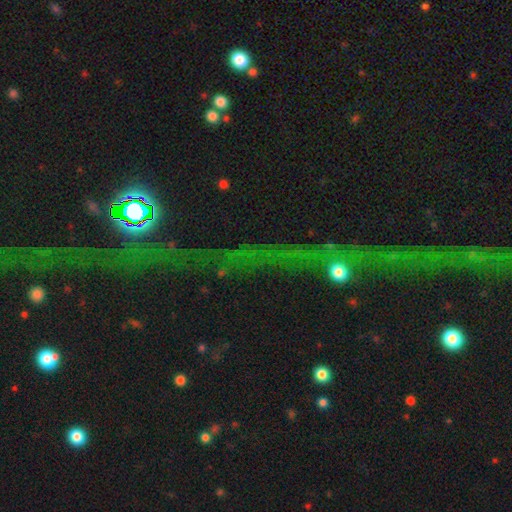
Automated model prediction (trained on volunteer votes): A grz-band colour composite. It shows a star or artifact, not a galaxy (65%).